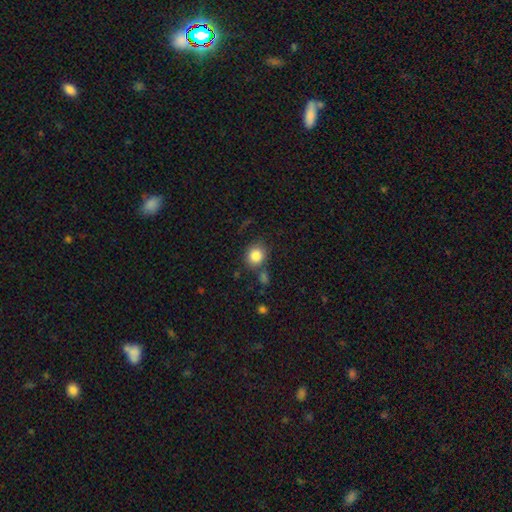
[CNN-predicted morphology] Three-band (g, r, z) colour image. It shows a smooth galaxy with no disk features (85%) that is round (80%). Merging: none (73%).